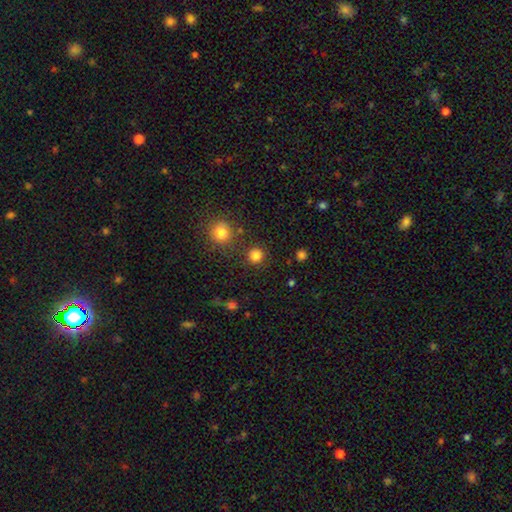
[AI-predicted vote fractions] The model was most divided on "smooth or featured": smooth: 83%, star or artifact: 13%, featured or disk: 4%. More confident: how rounded — round (93%); merging — none (86%).